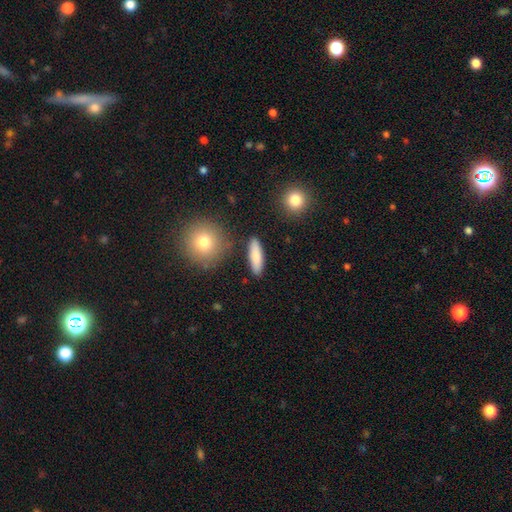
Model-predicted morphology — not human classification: A smooth galaxy with no disk features (82%) that is cigar-shaped (56%). Merging: none (86%).